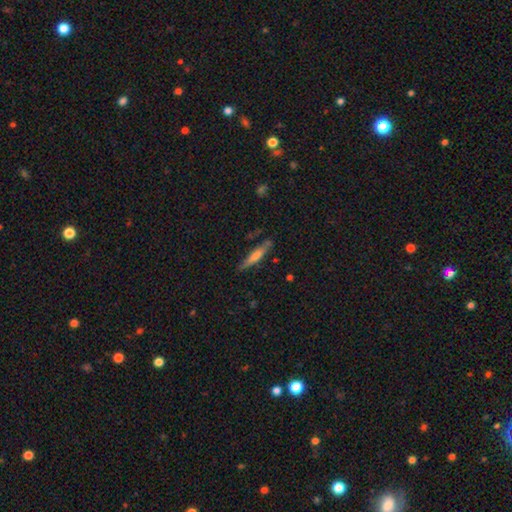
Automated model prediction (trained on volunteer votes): A smooth galaxy with no disk features (52%) that is cigar-shaped (90%). Merging: none (81%).